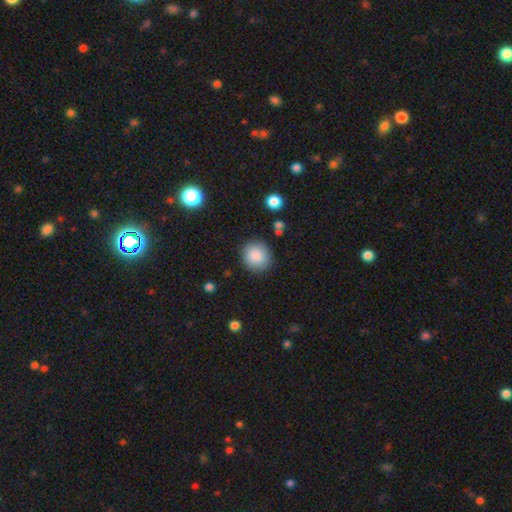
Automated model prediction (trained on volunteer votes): smooth-or-featured: smooth: 87% | star or artifact: 8% | featured or disk: 5%
  how-rounded: round: 89% | in between: 10% | cigar-shaped: 1%
  merging: none: 87% | minor disturbance: 8% | major disturbance: 3% | merger: 2%